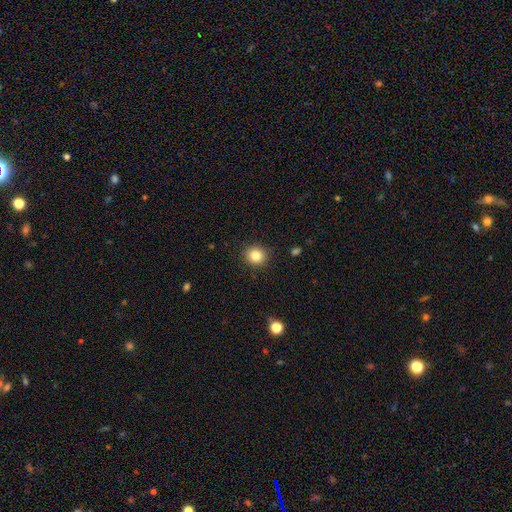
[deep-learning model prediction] Overall: smooth (83%). How rounded: round (87%). Merging: none (90%).